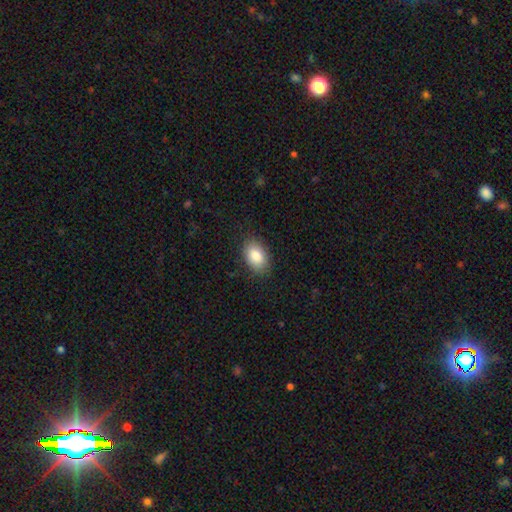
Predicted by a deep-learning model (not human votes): A smooth galaxy with no disk features (86%) that is in between round and cigar-shaped (89%).

Vote fractions:
- Smooth or featured? smooth: 86% / star or artifact: 7% / featured or disk: 7%
- How rounded? in between: 89% / round: 10% / cigar-shaped: 1%
- Merging? none: 84% / minor disturbance: 12% / major disturbance: 3% / merger: 1%